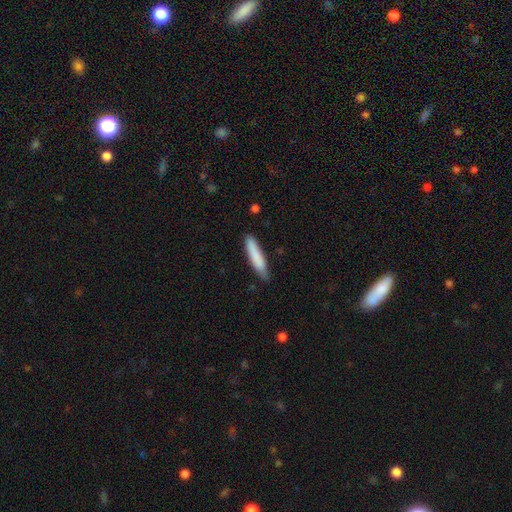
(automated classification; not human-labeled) Smooth or featured?
  - smooth: 82% *
  - featured or disk: 12%
  - star or artifact: 6%
How rounded?
  - cigar-shaped: 86% *
  - in between: 13%
  - round: 1%
Merging?
  - none: 79% *
  - minor disturbance: 17%
  - major disturbance: 3%
  - merger: 2%